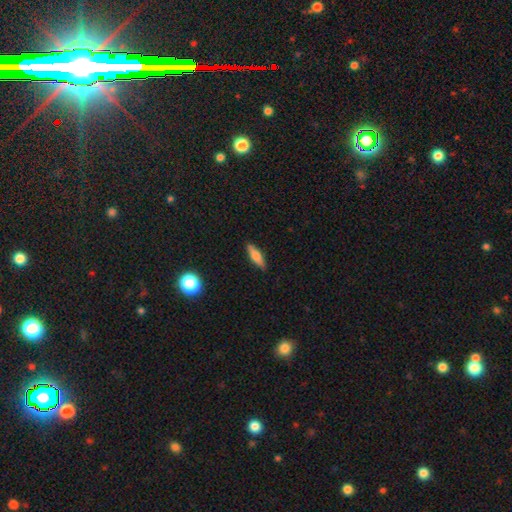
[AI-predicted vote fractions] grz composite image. It shows a smooth galaxy with no disk features (65%) that is cigar-shaped (65%). Merging: none (88%).